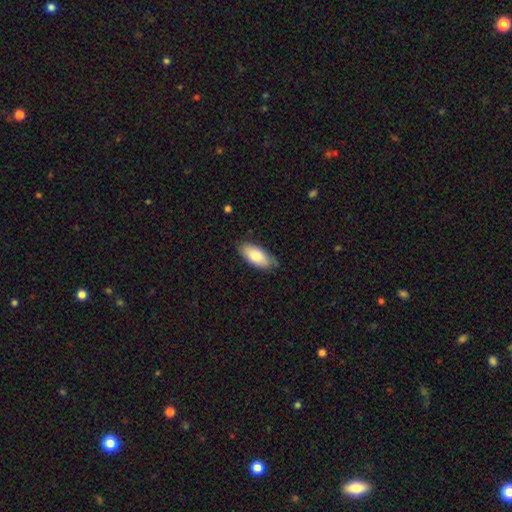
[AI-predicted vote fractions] Smooth or featured?
  - smooth: 81% *
  - featured or disk: 13%
  - star or artifact: 6%
How rounded?
  - in between: 88% *
  - cigar-shaped: 10%
  - round: 2%
Merging?
  - none: 80% *
  - minor disturbance: 16%
  - major disturbance: 3%
  - merger: 1%